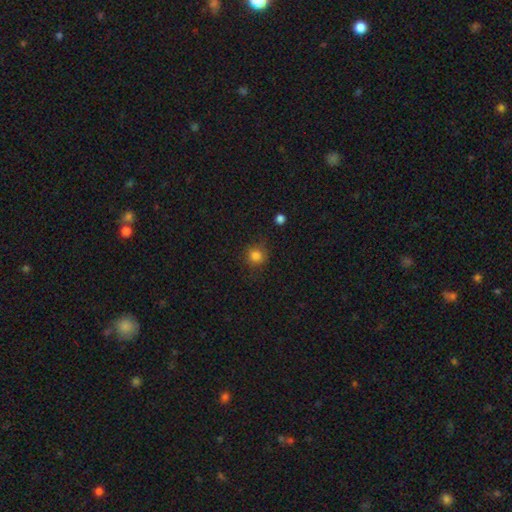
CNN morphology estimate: A smooth galaxy with no disk features (83%) that is round (92%).

Vote fractions:
- Smooth or featured? smooth: 83% / star or artifact: 13% / featured or disk: 4%
- How rounded? round: 92% / in between: 7% / cigar-shaped: 1%
- Merging? none: 84% / minor disturbance: 11% / major disturbance: 4% / merger: 2%